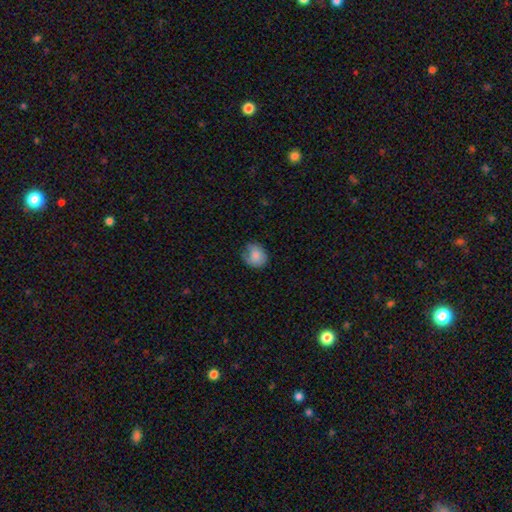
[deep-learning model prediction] Smooth or featured: smooth — 81% (featured or disk — 12%)
How rounded: round — 70% (in between — 29%)
Merging: none — 63% (minor disturbance — 28%)